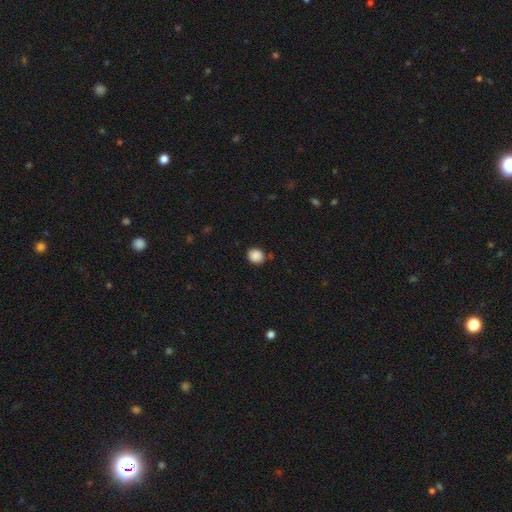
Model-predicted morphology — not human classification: Smooth or featured: smooth — 88% (star or artifact — 9%)
How rounded: round — 74% (in between — 25%)
Merging: none — 84% (minor disturbance — 11%)